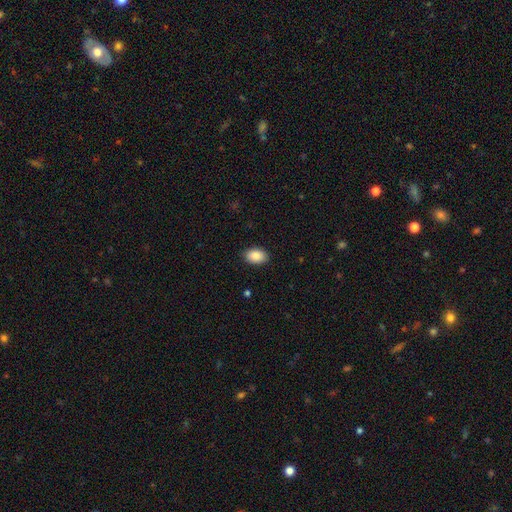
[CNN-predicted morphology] smooth-or-featured: smooth: 89% | star or artifact: 7% | featured or disk: 4%
  how-rounded: in between: 88% | round: 11% | cigar-shaped: 1%
  merging: none: 89% | minor disturbance: 8% | major disturbance: 2% | merger: 1%